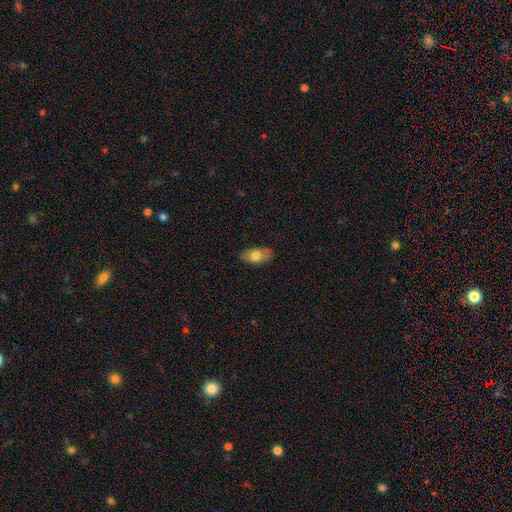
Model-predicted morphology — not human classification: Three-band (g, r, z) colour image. It shows a smooth galaxy with no disk features (71%) that is in between round and cigar-shaped (88%). Merging: none (82%).